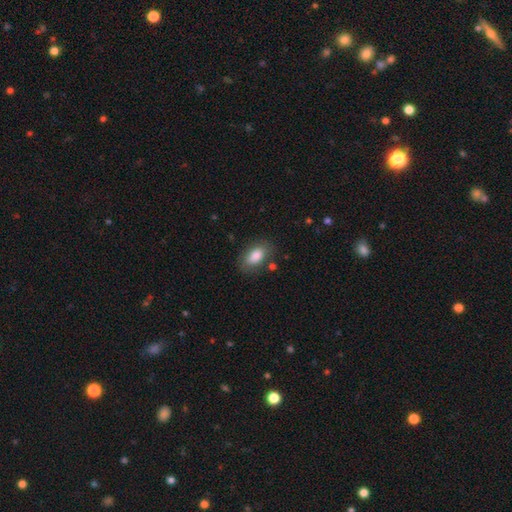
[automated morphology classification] This appears to be a smooth galaxy with no disk features (85%) that is in between round and cigar-shaped (91%). Merging: none (79%).